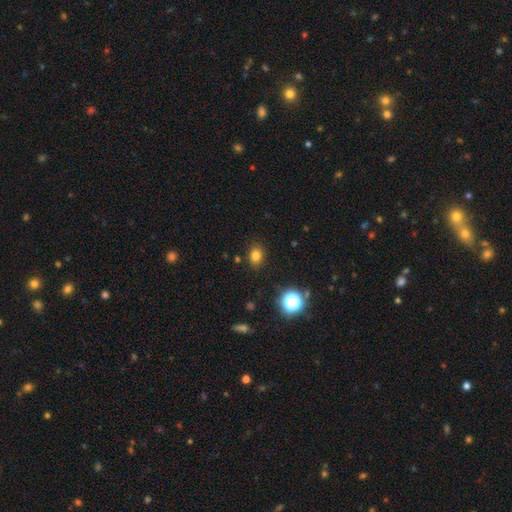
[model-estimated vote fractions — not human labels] The model was most divided on "how rounded": in between: 50%, round: 48%, cigar-shaped: 1%. More confident: merging — none (87%); smooth or featured — smooth (78%).